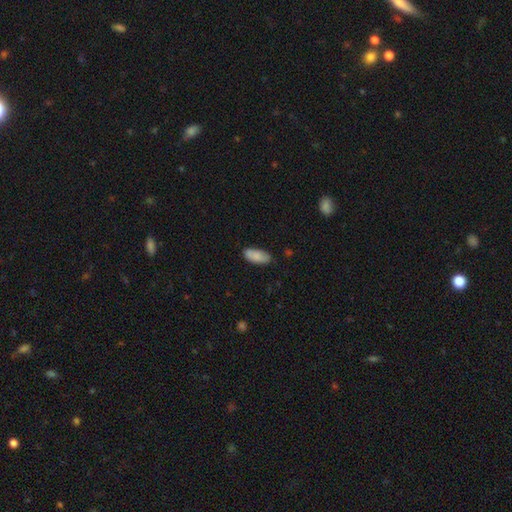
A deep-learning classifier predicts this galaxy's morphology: smooth 86%, featured or disk 8%, star or artifact 7%. Down the decision tree: how rounded — in between (88%); merging — none (75%).